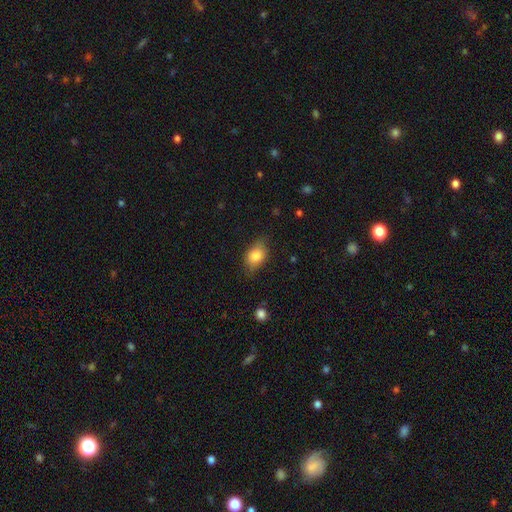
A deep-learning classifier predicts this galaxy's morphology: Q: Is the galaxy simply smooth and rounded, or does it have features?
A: smooth — 82%.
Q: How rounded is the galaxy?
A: in between — 77%.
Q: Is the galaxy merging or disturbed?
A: none — 72%.